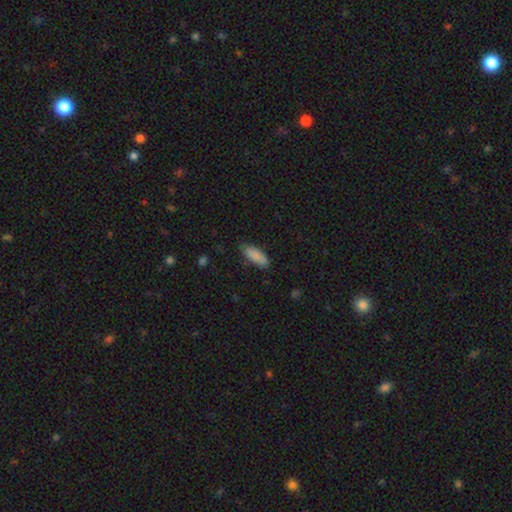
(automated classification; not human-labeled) smooth 87%, featured or disk 7%, star or artifact 6%. Down the decision tree: how rounded — in between (71%); merging — none (79%).